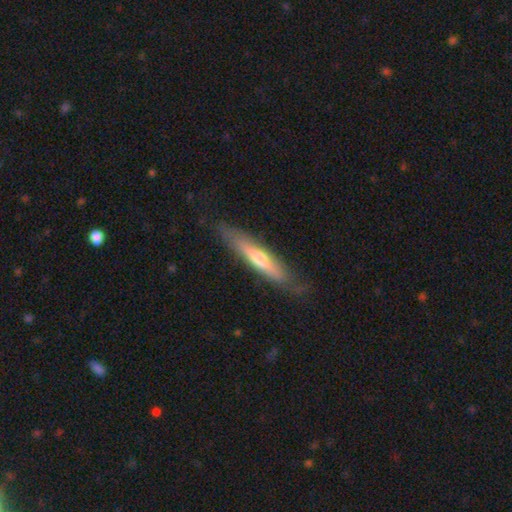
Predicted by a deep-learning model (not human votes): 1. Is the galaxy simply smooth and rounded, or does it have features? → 49% smooth, 45% featured or disk, 6% star or artifact.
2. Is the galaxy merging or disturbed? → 78% none, 17% minor disturbance, 4% major disturbance, 1% merger.